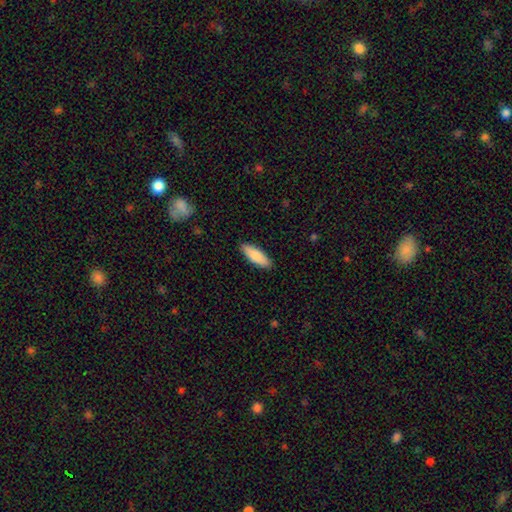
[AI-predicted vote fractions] Smooth or featured? Predicted: smooth (p=0.82). How rounded? Predicted: in between (p=0.63). Merging? Predicted: none (p=0.90).